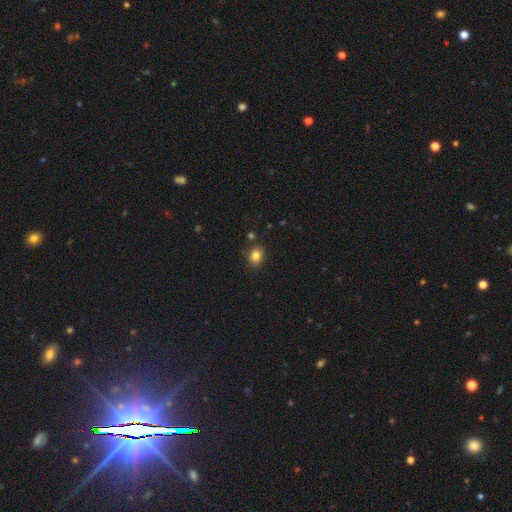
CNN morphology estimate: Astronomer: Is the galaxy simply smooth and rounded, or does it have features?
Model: smooth — 82%.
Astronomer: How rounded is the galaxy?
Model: in between — 50% (runner-up: round, 49%).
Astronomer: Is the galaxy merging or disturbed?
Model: none — 82%.